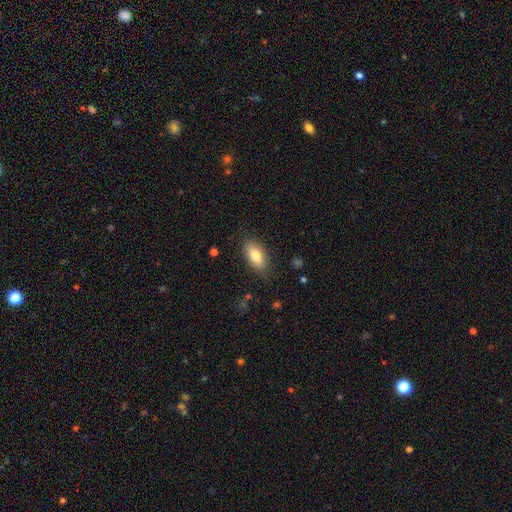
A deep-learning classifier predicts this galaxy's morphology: smooth-or-featured: smooth: 80% | featured or disk: 13% | star or artifact: 7%
  how-rounded: in between: 87% | cigar-shaped: 10% | round: 3%
  merging: none: 83% | minor disturbance: 12% | major disturbance: 3% | merger: 1%